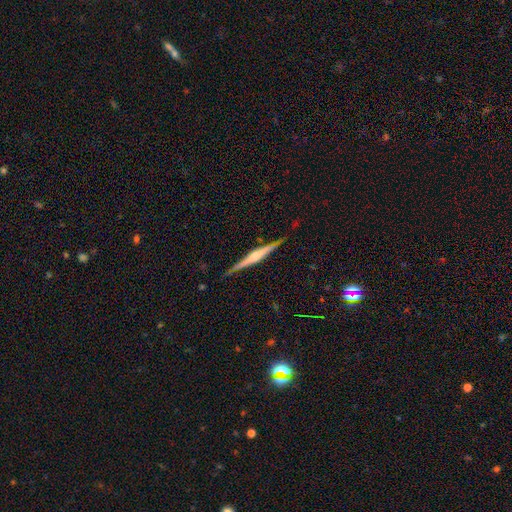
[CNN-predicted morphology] A featured or disk galaxy (75%) viewed edge-on (98%) with a rounded central bulge (58%).

Vote fractions:
- Smooth or featured? featured or disk: 75% / smooth: 20% / star or artifact: 6%
- Edge-on disk? yes: 98% / no: 2%
- Edge-on bulge? rounded: 58% / boxy: 28% / none: 15%
- Merging? none: 88% / minor disturbance: 9% / major disturbance: 2% / merger: 1%